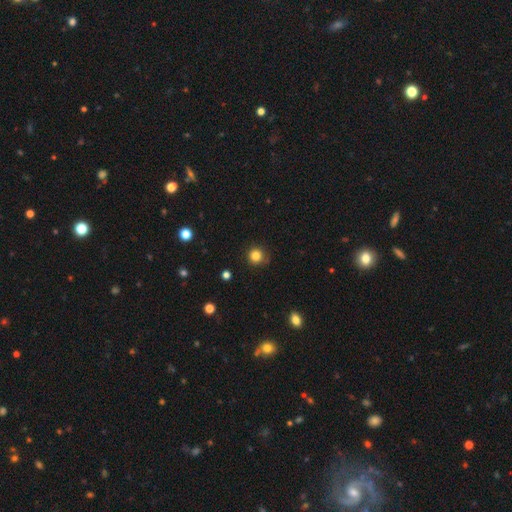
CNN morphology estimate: This is clearly a smooth galaxy (83%). How rounded: clearly round (94%). Merging: clearly none (83%).